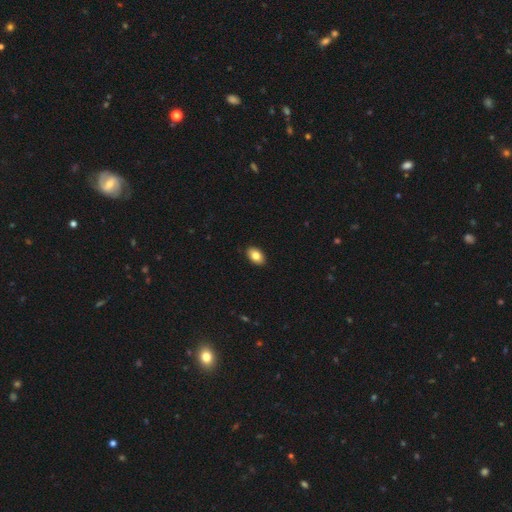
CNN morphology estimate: Smooth or featured?
  - smooth: 83% *
  - featured or disk: 10%
  - star or artifact: 7%
How rounded?
  - in between: 91% *
  - round: 7%
  - cigar-shaped: 1%
Merging?
  - none: 90% *
  - minor disturbance: 7%
  - major disturbance: 2%
  - merger: 1%